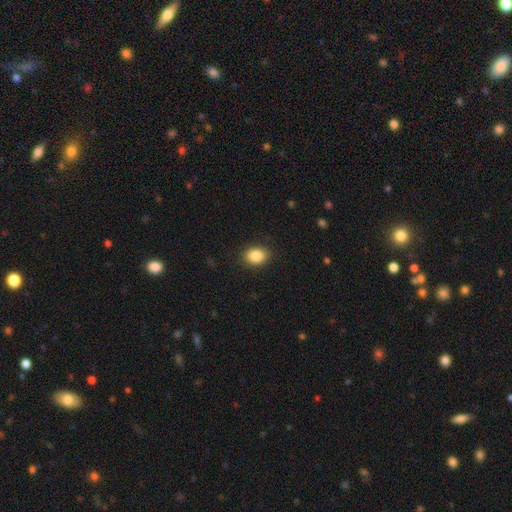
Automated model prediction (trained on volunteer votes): Q: Smooth or featured?
A: smooth (87%); runner-up: star or artifact (8%)
Q: How rounded?
A: in between (65%); runner-up: round (34%)
Q: Merging?
A: none (87%); runner-up: minor disturbance (9%)